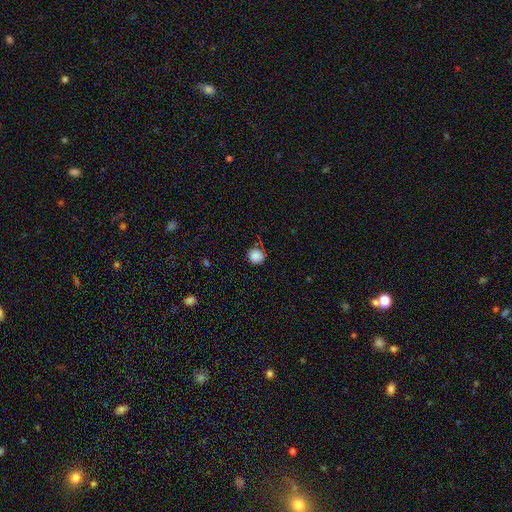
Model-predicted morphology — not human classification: A smooth galaxy with no disk features (86%) that is round (93%). Merging: none (87%).